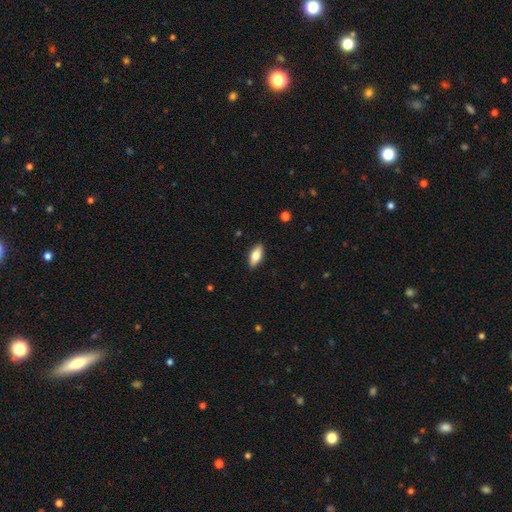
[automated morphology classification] smooth-or-featured: smooth: 71% | featured or disk: 22% | star or artifact: 6%
  how-rounded: in between: 79% | cigar-shaped: 18% | round: 3%
  merging: none: 89% | minor disturbance: 8% | major disturbance: 2% | merger: 1%